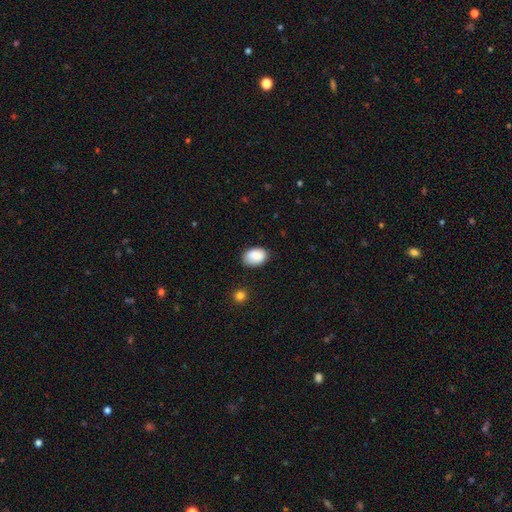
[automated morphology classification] Q: Smooth or featured?
A: smooth (88%); runner-up: star or artifact (7%)
Q: How rounded?
A: in between (82%); runner-up: round (17%)
Q: Merging?
A: none (80%); runner-up: minor disturbance (16%)